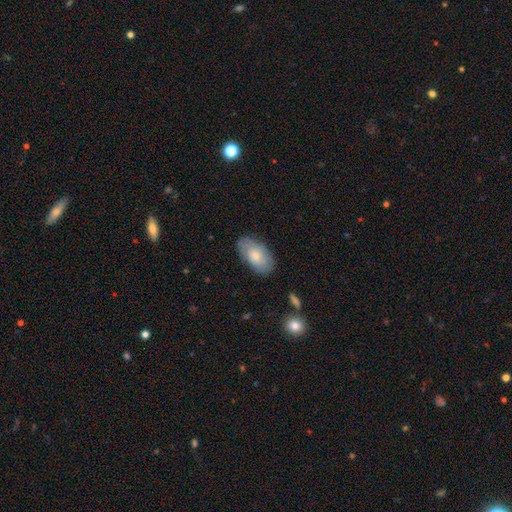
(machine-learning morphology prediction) smooth 66%, featured or disk 27%, star or artifact 6%. Down the decision tree: how rounded — in between (94%); merging — none (78%).